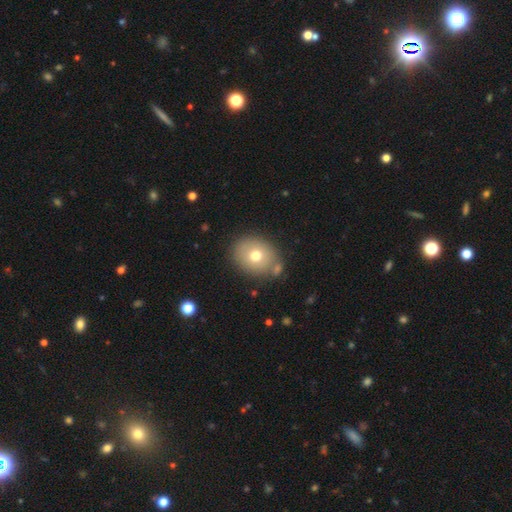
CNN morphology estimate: Smooth or featured?
  - smooth: 71% *
  - featured or disk: 19%
  - star or artifact: 11%
How rounded?
  - round: 60% *
  - in between: 39%
  - cigar-shaped: 1%
Merging?
  - none: 75% *
  - minor disturbance: 13%
  - merger: 9%
  - major disturbance: 4%